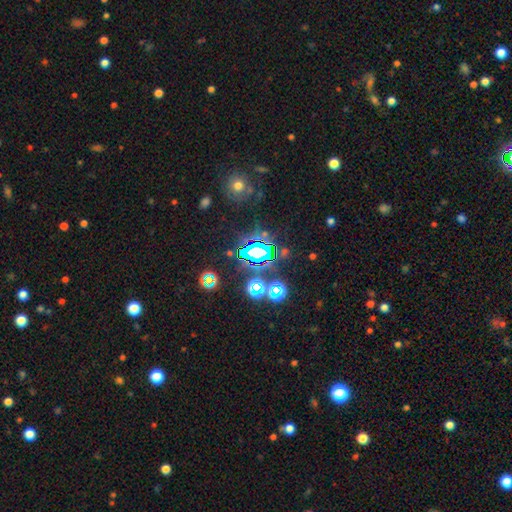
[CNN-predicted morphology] Smooth or featured? Predicted: star or artifact (p=0.73).